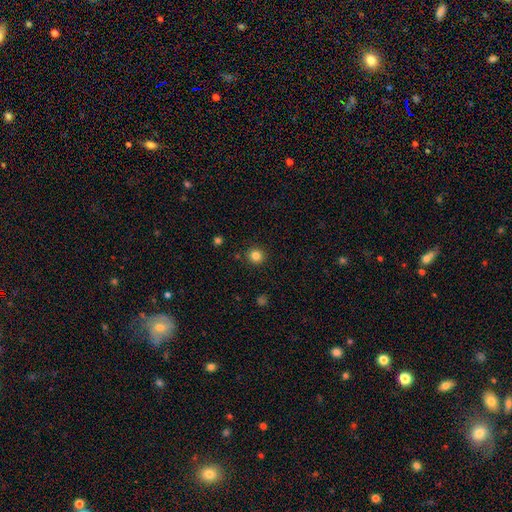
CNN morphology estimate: A smooth galaxy with no disk features (83%) that is round (92%). Merging: none (90%).